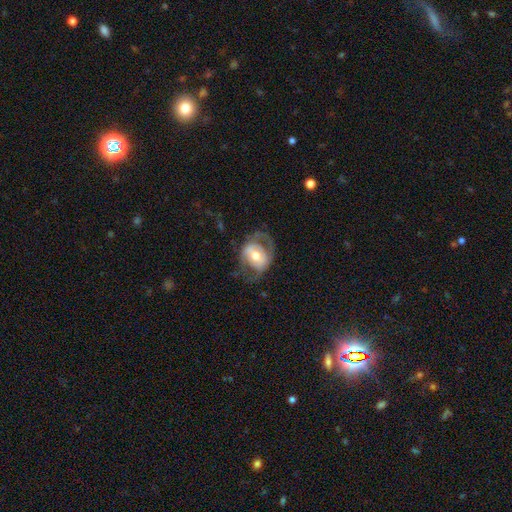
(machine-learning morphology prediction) Overall: featured or disk (60%; smooth 34%). Edge-on disk: no (95%). Bar: no (45%; weak 35%). Spiral arms: yes (56%; no 44%). Bulge size: moderate (68%). Merging: none (49%; major disturbance 28%).